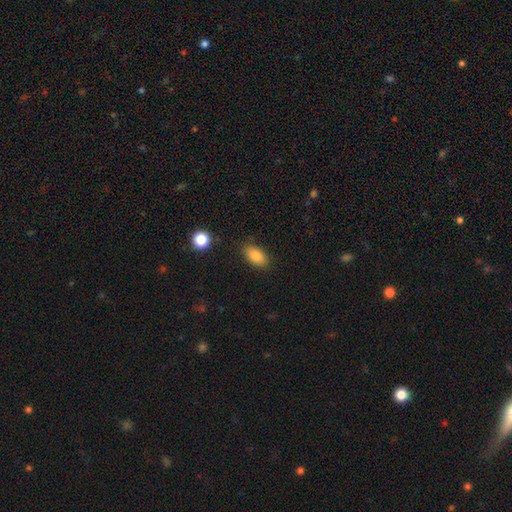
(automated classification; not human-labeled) smooth 85%, star or artifact 8%, featured or disk 7%. Down the decision tree: how rounded — in between (89%); merging — none (84%).